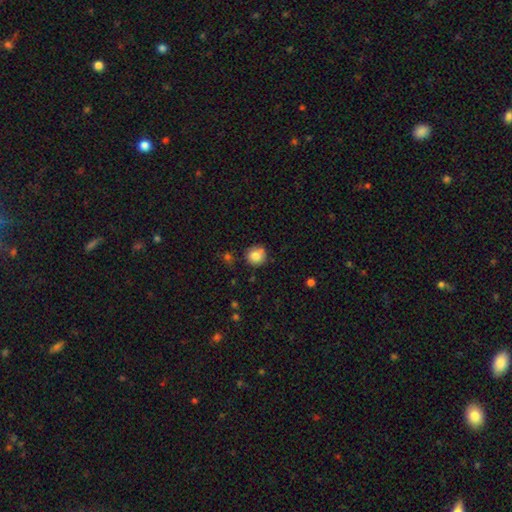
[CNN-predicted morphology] smooth-or-featured: smooth: 83% | star or artifact: 10% | featured or disk: 7%
  how-rounded: round: 91% | in between: 8% | cigar-shaped: 1%
  merging: none: 81% | minor disturbance: 13% | merger: 4% | major disturbance: 3%